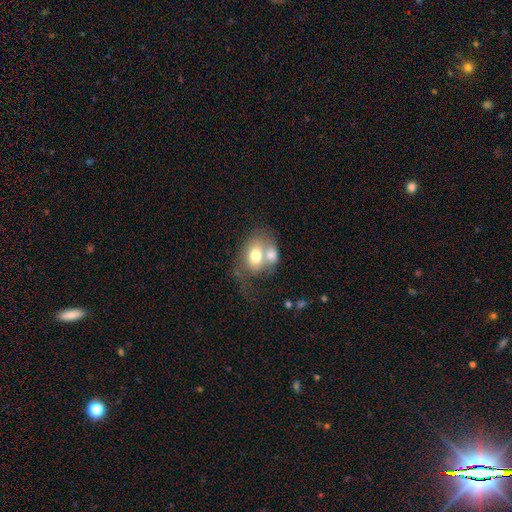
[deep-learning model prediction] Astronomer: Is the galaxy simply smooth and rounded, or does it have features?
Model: smooth — 66%.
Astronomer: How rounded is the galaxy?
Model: in between — 67%.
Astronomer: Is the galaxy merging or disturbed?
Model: merger — 56%.